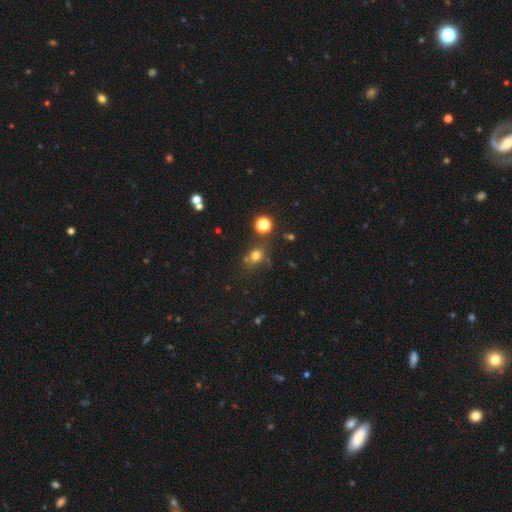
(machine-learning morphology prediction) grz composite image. It shows a smooth galaxy with no disk features (71%) that is round (63%). Merging: none (64%).